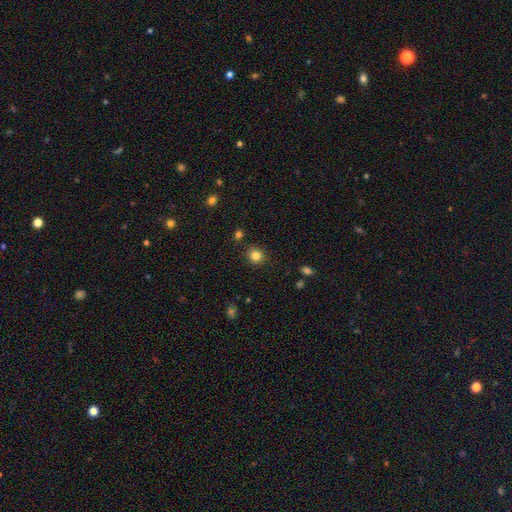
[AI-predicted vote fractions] Smooth or featured? smooth (83%)
How rounded? round (86%)
Merging? none (87%)